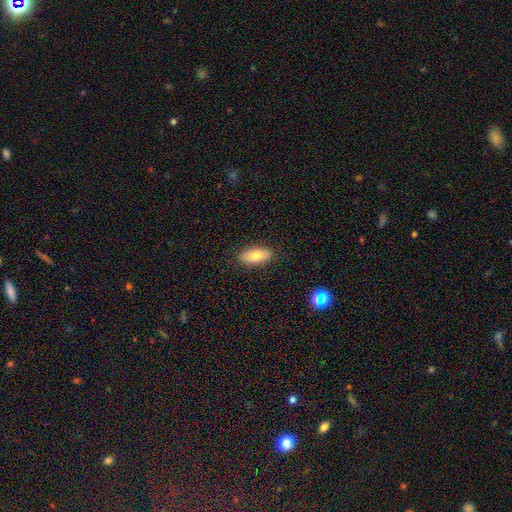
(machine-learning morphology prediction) This appears to be a smooth galaxy with no disk features (77%) that is in between round and cigar-shaped (83%). Merging: none (87%).